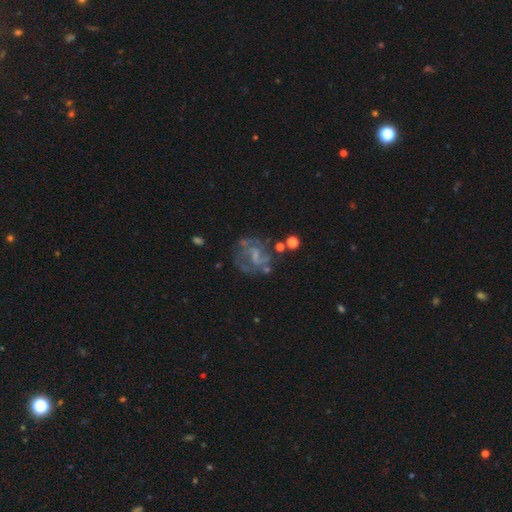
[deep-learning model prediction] smooth_or_featured: featured or disk (p=0.76) [alt: smooth p=0.14]
disk_edge_on: no (p=0.98) [alt: yes p=0.02]
bar: weak (p=0.48) [alt: no p=0.37]
has_spiral_arms: yes (p=0.78) [alt: no p=0.22]
spiral_winding: medium (p=0.47) [alt: tight p=0.30]
spiral_arm_count: 2 (p=0.41) [alt: can't tell p=0.30]
bulge_size: none (p=0.44) [alt: small p=0.36]
merging: none (p=0.56) [alt: major disturbance p=0.20]